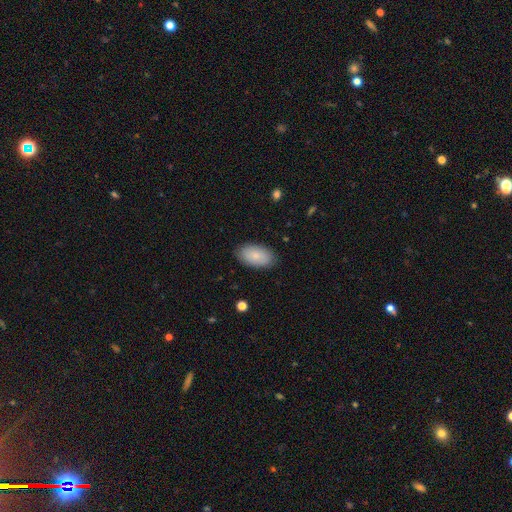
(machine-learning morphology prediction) A smooth galaxy with no disk features (83%) that is in between round and cigar-shaped (95%). Merging: none (86%).